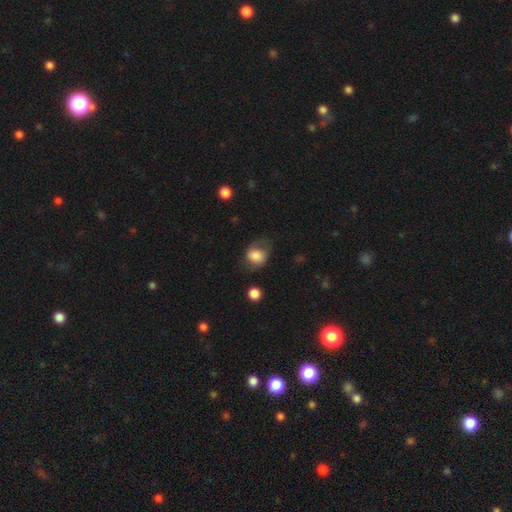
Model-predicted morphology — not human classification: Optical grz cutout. It shows a smooth galaxy with no disk features (76%) that is round (51%). Merging: none (48%).